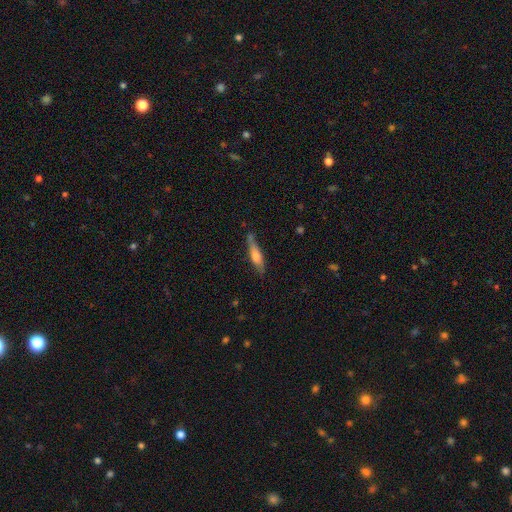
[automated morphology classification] Overall: featured or disk (52%; smooth 41%). Edge-on disk: yes (90%). Merging: none (74%).